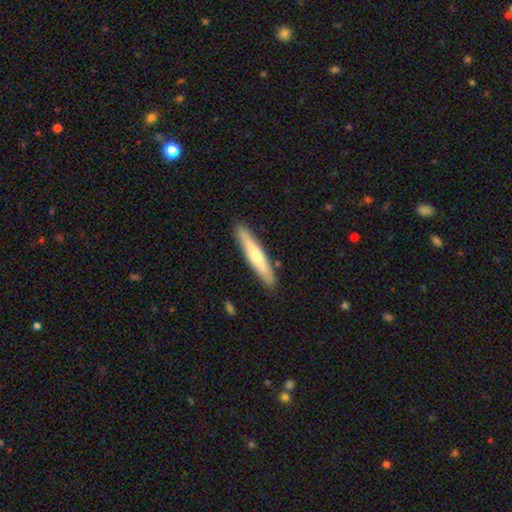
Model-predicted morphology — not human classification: Smooth or featured?
  - smooth: 50% *
  - featured or disk: 44%
  - star or artifact: 5%
How rounded?
  - cigar-shaped: 89% *
  - in between: 10%
  - round: 1%
Merging?
  - none: 89% *
  - minor disturbance: 8%
  - major disturbance: 2%
  - merger: 1%